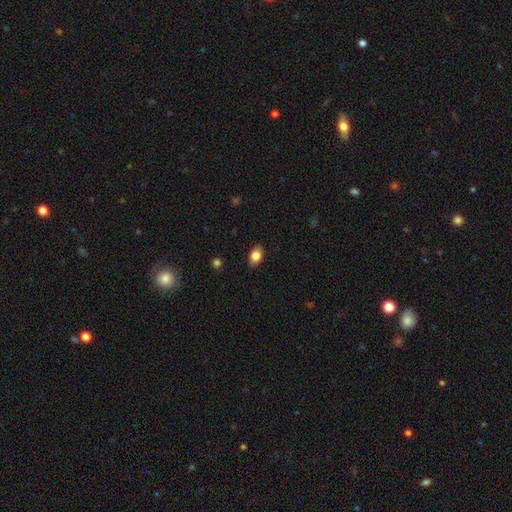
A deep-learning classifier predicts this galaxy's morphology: smooth_or_featured: smooth (p=0.82) [alt: featured or disk p=0.10]
how_rounded: in between (p=0.85) [alt: round p=0.13]
merging: none (p=0.87) [alt: minor disturbance p=0.10]